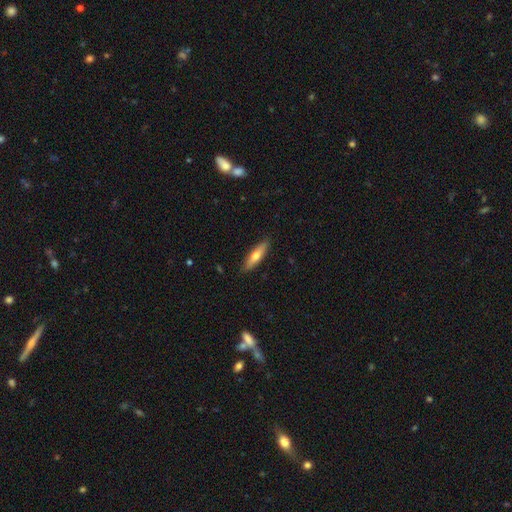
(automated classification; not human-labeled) Smooth or featured? smooth (60%)
How rounded? cigar-shaped (68%)
Merging? none (88%)